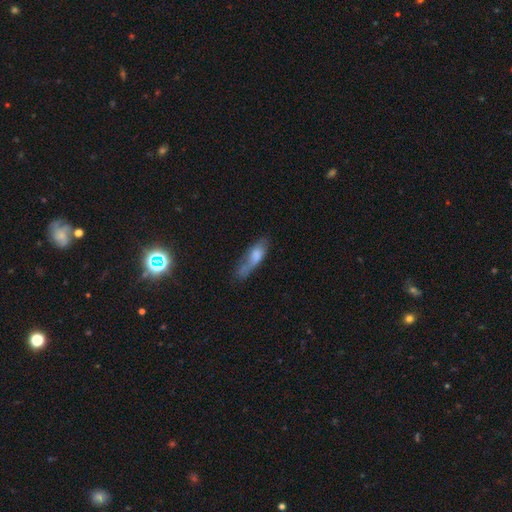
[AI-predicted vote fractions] Overall: smooth (64%; featured or disk 29%). How rounded: in between (52%; cigar-shaped 46%). Merging: none (44%; minor disturbance 32%).